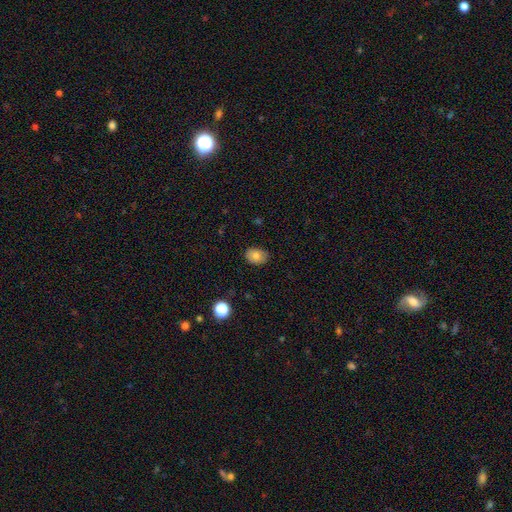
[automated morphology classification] Q: Smooth or featured?
A: smooth (79%); runner-up: featured or disk (12%)
Q: How rounded?
A: in between (72%); runner-up: round (27%)
Q: Merging?
A: none (84%); runner-up: minor disturbance (12%)